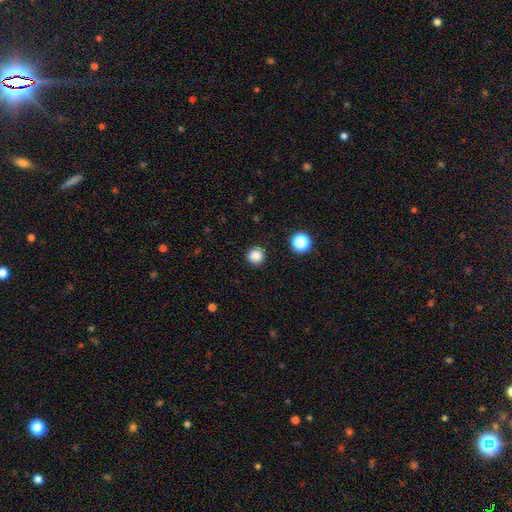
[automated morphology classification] Smooth or featured? smooth (85%)
How rounded? round (94%)
Merging? none (91%)